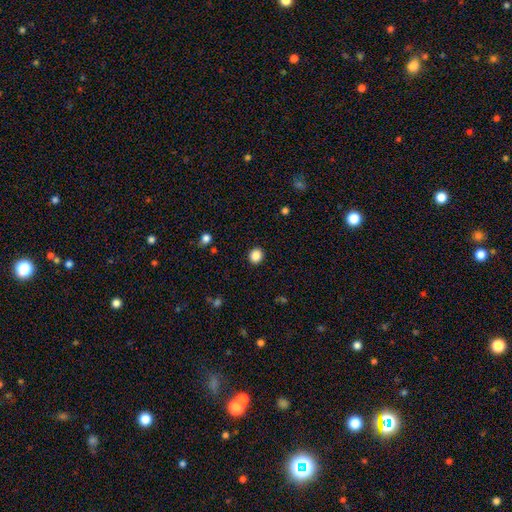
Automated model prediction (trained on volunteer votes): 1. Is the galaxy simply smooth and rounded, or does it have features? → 87% smooth, 10% star or artifact, 3% featured or disk.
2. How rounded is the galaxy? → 80% round, 19% in between, 1% cigar-shaped.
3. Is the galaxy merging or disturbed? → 92% none, 5% minor disturbance, 2% major disturbance, 1% merger.